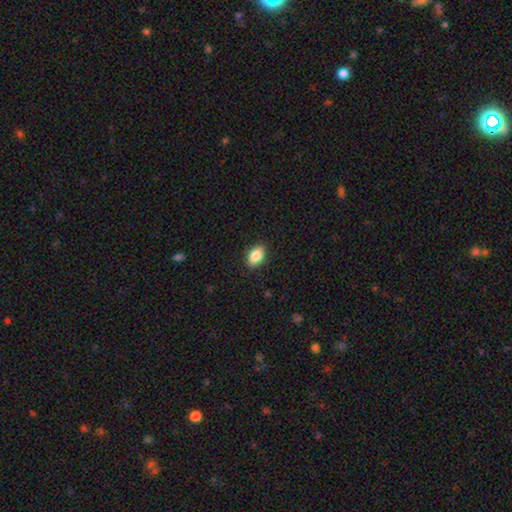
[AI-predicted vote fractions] The model was most divided on "how rounded": in between: 87%, round: 10%, cigar-shaped: 2%. More confident: merging — none (87%); smooth or featured — smooth (86%).